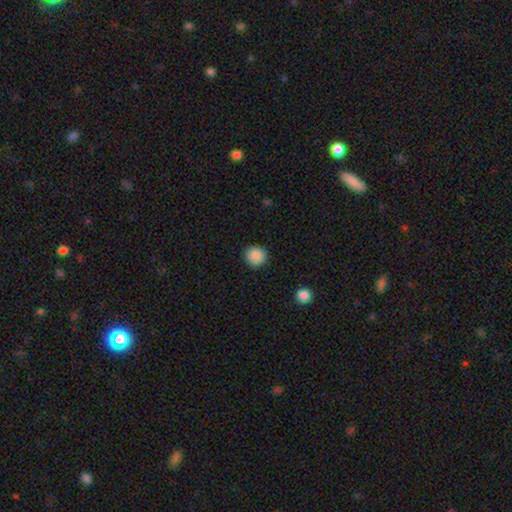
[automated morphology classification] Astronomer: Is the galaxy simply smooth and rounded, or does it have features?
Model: smooth — 88%.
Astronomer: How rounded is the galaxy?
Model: round — 93%.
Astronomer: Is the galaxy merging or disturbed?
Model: none — 91%.